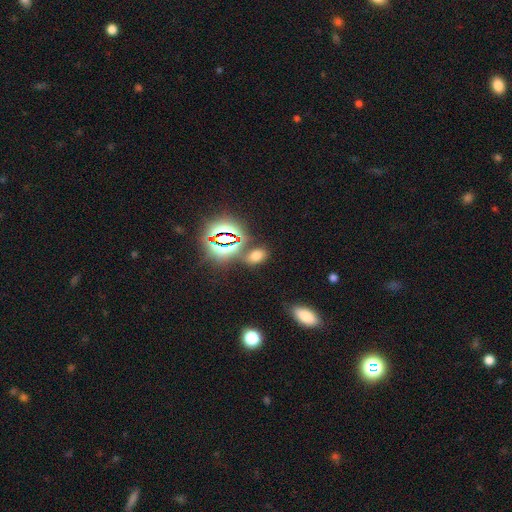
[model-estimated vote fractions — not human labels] Morphology: type=smooth (57%); roundness=in between (84%); merging=none (75%).